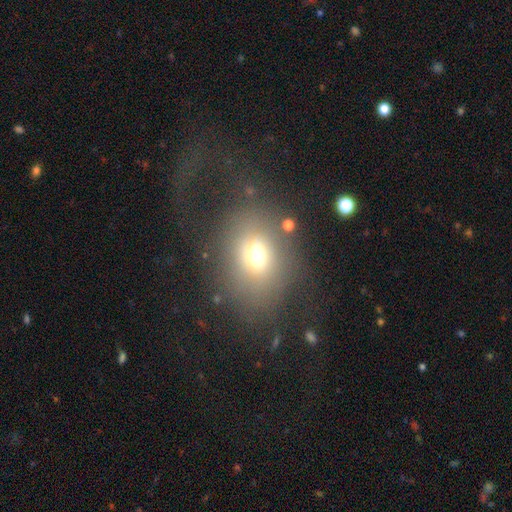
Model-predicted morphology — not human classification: This is likely a smooth galaxy (66%). How rounded: possibly round (55%). Merging: likely none (71%).